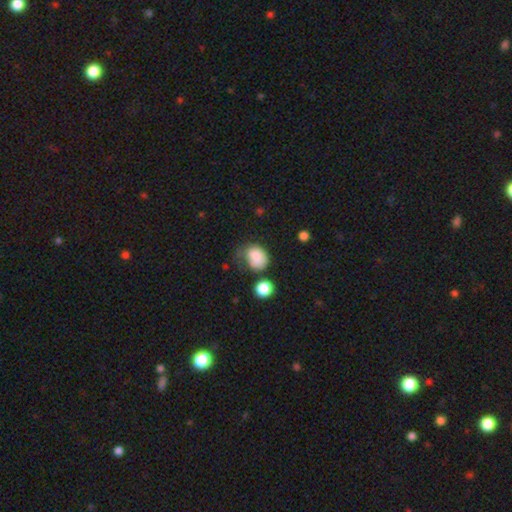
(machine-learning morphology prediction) This appears to be a smooth galaxy with no disk features (82%) that is round (51%). Merging: none (35%).